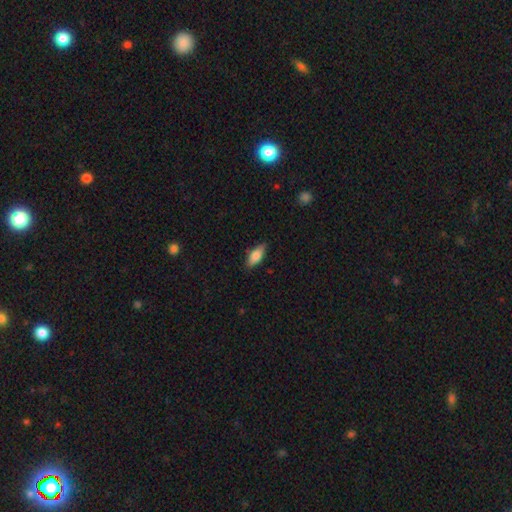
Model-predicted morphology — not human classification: A smooth galaxy with no disk features (74%) that is in between round and cigar-shaped (75%).

Vote fractions:
- Smooth or featured? smooth: 74% / featured or disk: 19% / star or artifact: 7%
- How rounded? in between: 75% / cigar-shaped: 22% / round: 3%
- Merging? none: 84% / minor disturbance: 13% / major disturbance: 2% / merger: 1%